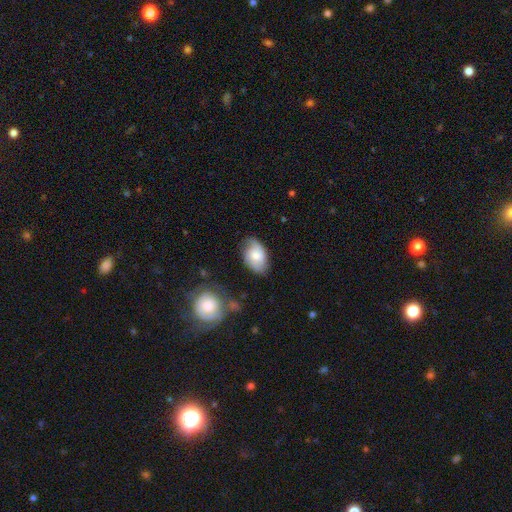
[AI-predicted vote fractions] Overall: smooth (56%; featured or disk 37%). How rounded: in between (88%). Merging: none (64%; minor disturbance 26%).